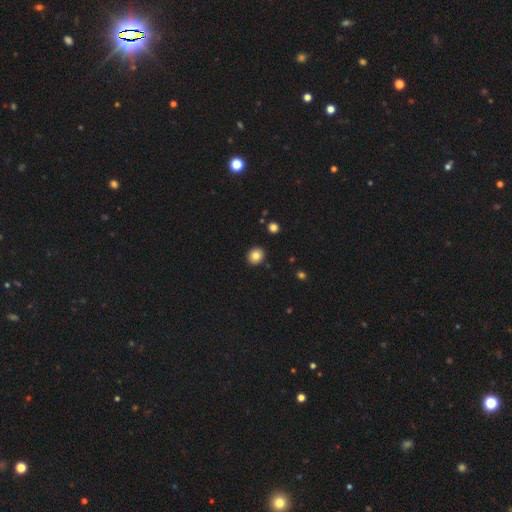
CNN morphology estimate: Smooth or featured? Predicted: smooth (p=0.82). How rounded? Predicted: round (p=0.78). Merging? Predicted: none (p=0.91).